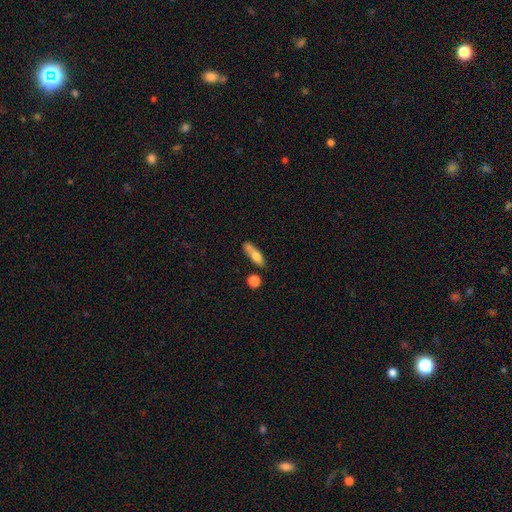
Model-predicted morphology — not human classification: Overall: smooth (70%). How rounded: cigar-shaped (56%; in between 40%). Merging: none (56%; minor disturbance 21%).